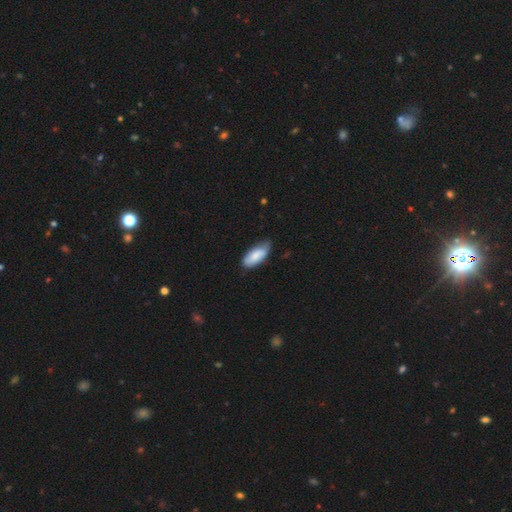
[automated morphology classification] smooth_or_featured: smooth (p=0.81) [alt: featured or disk p=0.13]
how_rounded: in between (p=0.84) [alt: cigar-shaped p=0.14]
merging: none (p=0.65) [alt: minor disturbance p=0.30]